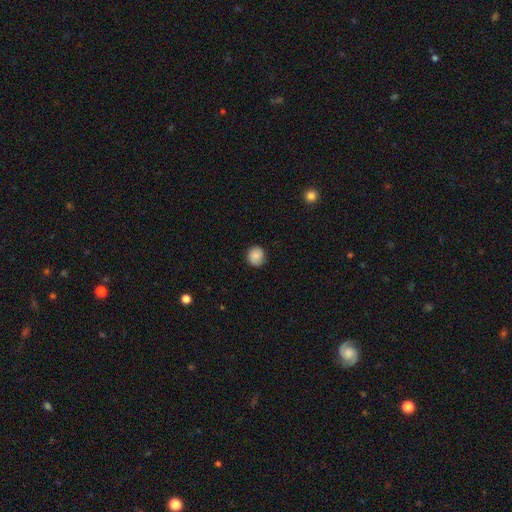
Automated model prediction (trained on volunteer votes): This is clearly a smooth galaxy (83%). How rounded: clearly round (83%). Merging: clearly none (85%).